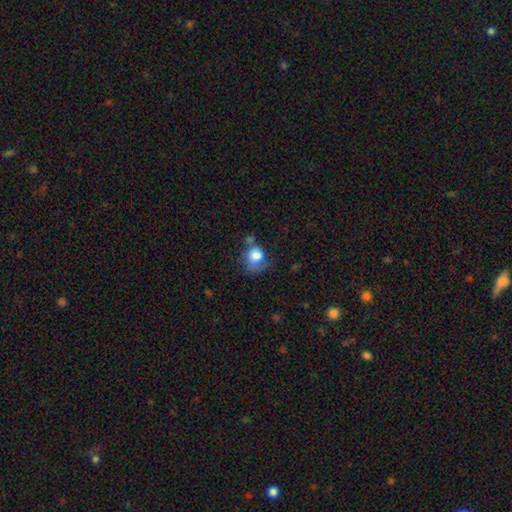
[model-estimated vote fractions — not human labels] smooth-or-featured: smooth: 77% | featured or disk: 14% | star or artifact: 9%
  how-rounded: round: 66% | in between: 33% | cigar-shaped: 1%
  merging: none: 34% | minor disturbance: 28% | major disturbance: 25% | merger: 13%